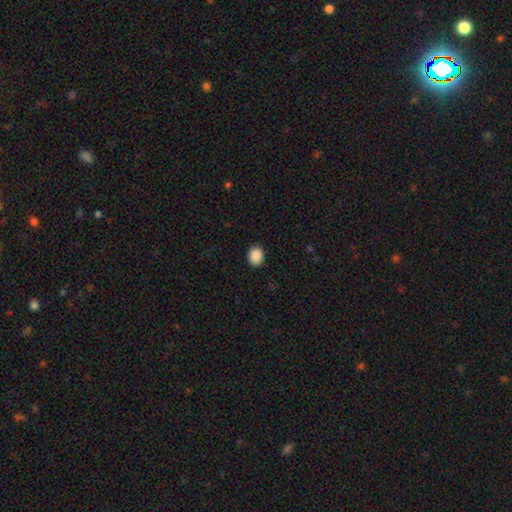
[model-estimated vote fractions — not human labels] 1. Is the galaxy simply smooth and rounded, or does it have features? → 90% smooth, 8% star or artifact, 2% featured or disk.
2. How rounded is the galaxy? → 61% round, 38% in between, 1% cigar-shaped.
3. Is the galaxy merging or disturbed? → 91% none, 6% minor disturbance, 2% major disturbance, 1% merger.